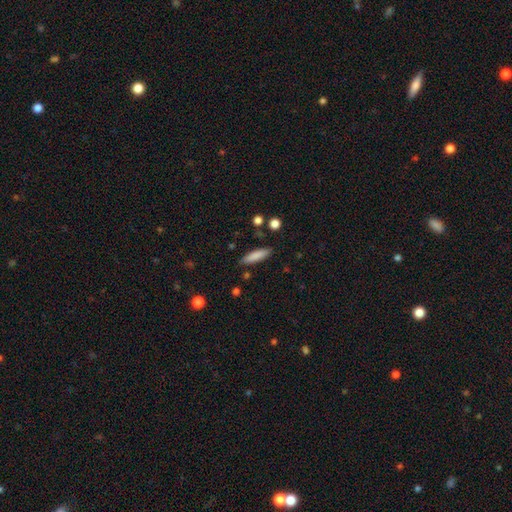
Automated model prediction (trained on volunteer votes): smooth 82%, featured or disk 11%, star or artifact 7%. Down the decision tree: how rounded — cigar-shaped (68%); merging — none (84%).